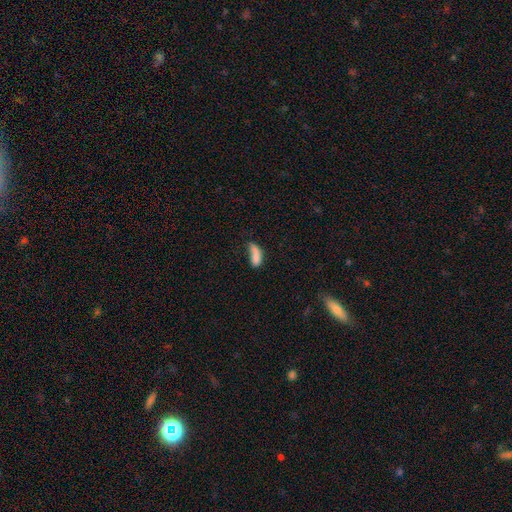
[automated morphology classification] A smooth galaxy with no disk features (76%) that is in between round and cigar-shaped (67%).

Vote fractions:
- Smooth or featured? smooth: 76% / featured or disk: 14% / star or artifact: 10%
- How rounded? in between: 67% / cigar-shaped: 30% / round: 3%
- Merging? none: 34% / minor disturbance: 27% / major disturbance: 26% / merger: 13%